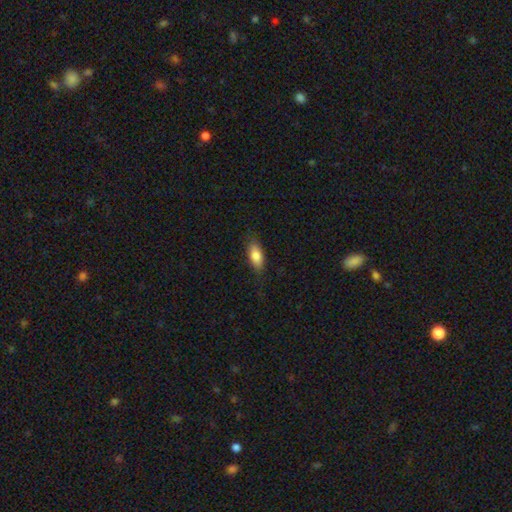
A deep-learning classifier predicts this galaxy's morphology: Smooth or featured: smooth — 82% (featured or disk — 11%)
How rounded: in between — 83% (cigar-shaped — 14%)
Merging: none — 80% (minor disturbance — 15%)